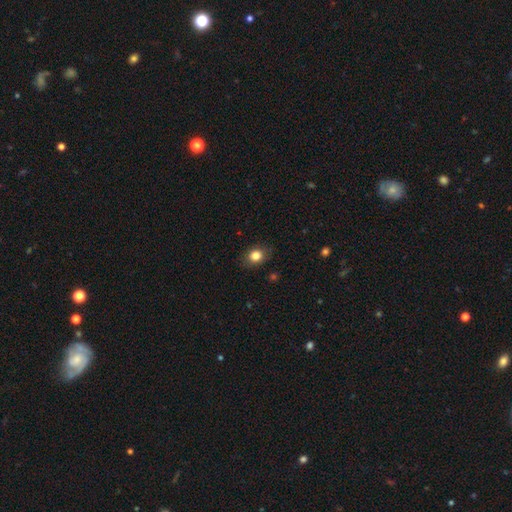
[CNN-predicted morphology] Smooth or featured?
  - smooth: 83% *
  - star or artifact: 10%
  - featured or disk: 7%
How rounded?
  - round: 50% *
  - in between: 49%
  - cigar-shaped: 1%
Merging?
  - none: 84% *
  - minor disturbance: 12%
  - major disturbance: 3%
  - merger: 1%